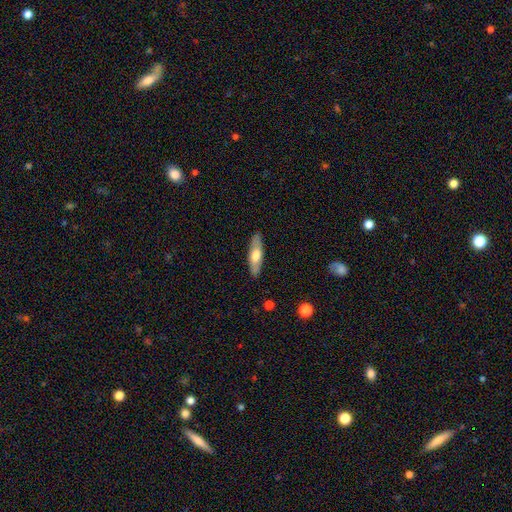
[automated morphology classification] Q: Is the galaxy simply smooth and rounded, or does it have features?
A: smooth — 55%.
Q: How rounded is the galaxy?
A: cigar-shaped — 52%.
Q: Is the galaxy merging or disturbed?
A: none — 86%.